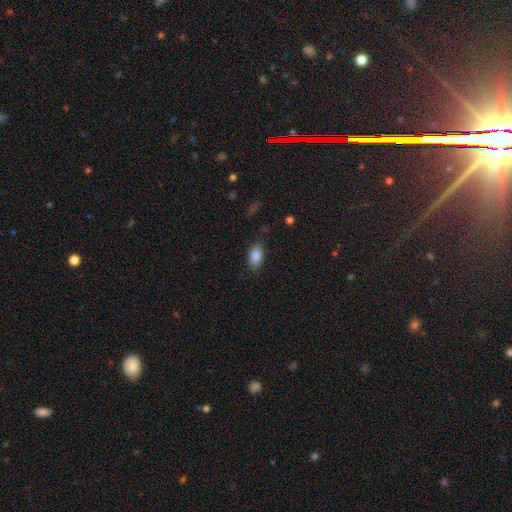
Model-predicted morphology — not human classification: smooth_or_featured: smooth (p=0.86) [alt: star or artifact p=0.08]
how_rounded: in between (p=0.90) [alt: round p=0.08]
merging: none (p=0.82) [alt: minor disturbance p=0.13]